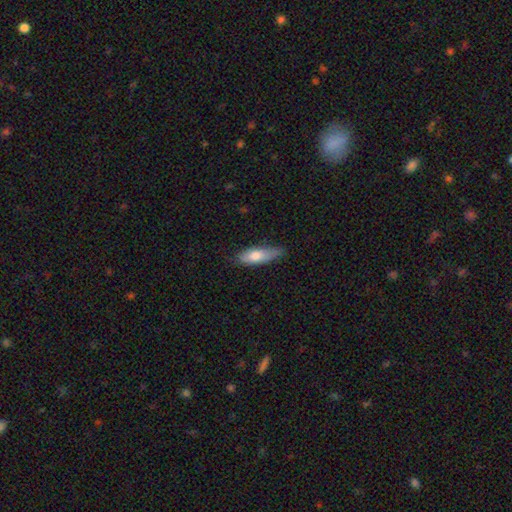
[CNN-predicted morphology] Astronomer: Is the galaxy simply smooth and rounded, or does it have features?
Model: smooth — 73%.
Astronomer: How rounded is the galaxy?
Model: in between — 52% (runner-up: cigar-shaped, 46%).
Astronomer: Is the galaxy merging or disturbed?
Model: none — 67%.